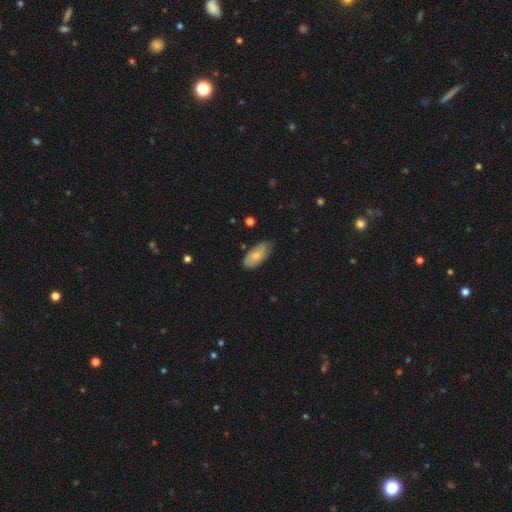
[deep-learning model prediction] smooth 74%, featured or disk 20%, star or artifact 6%. Down the decision tree: how rounded — in between (89%); merging — none (65%).